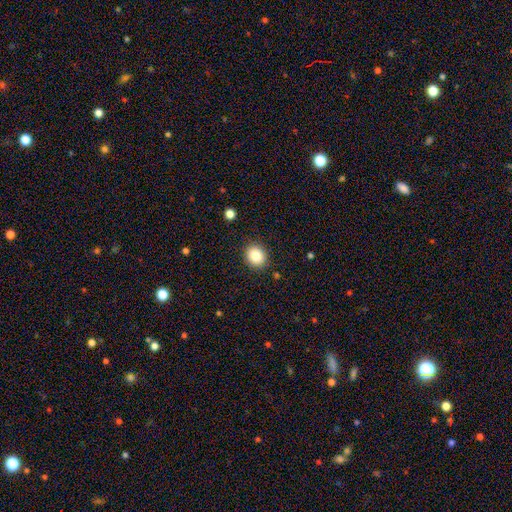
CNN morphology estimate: smooth_or_featured: smooth (p=0.86) [alt: star or artifact p=0.09]
how_rounded: round (p=0.70) [alt: in between p=0.29]
merging: none (p=0.89) [alt: minor disturbance p=0.08]